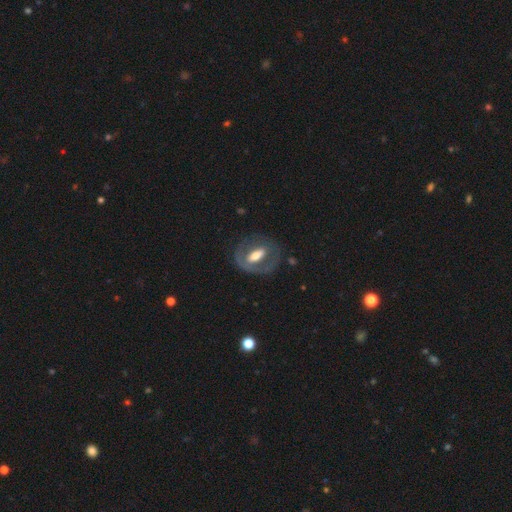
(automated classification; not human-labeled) smooth-or-featured: featured or disk: 57% | smooth: 36% | star or artifact: 7%
  disk-edge-on: no: 88% | yes: 12%
    bar: strong: 41% | no: 30% | weak: 29%
    has-spiral-arms: no: 67% | yes: 33%
    bulge-size: moderate: 50% | large: 33% | small: 11% | dominant: 4% | none: 3%
  merging: none: 60% | minor disturbance: 19% | major disturbance: 19% | merger: 2%